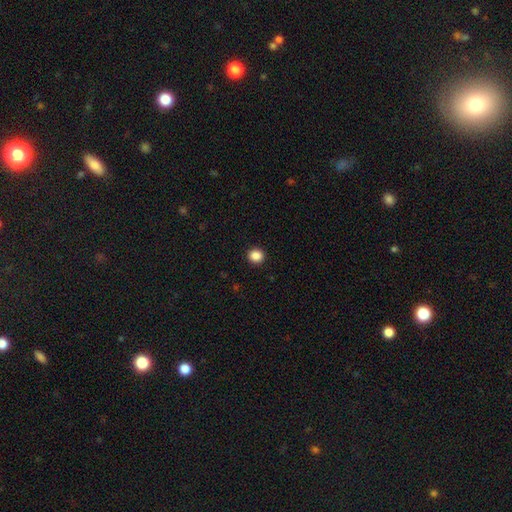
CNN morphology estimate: smooth 87%, star or artifact 10%, featured or disk 3%. Down the decision tree: how rounded — round (85%); merging — none (92%).